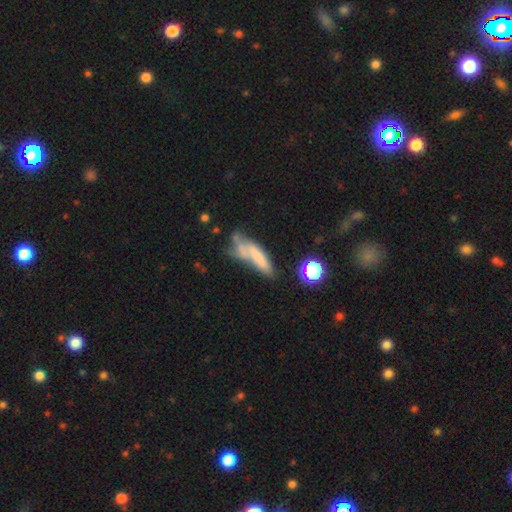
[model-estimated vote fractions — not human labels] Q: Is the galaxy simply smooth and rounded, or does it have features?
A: smooth — 57%.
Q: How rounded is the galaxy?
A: cigar-shaped — 70%.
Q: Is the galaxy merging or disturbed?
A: none — 34%.